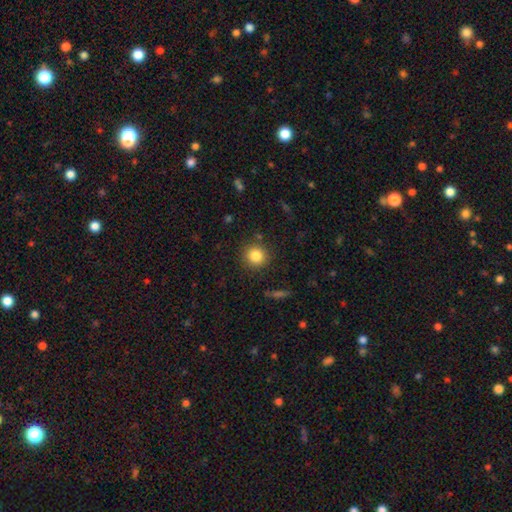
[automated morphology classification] The model was most divided on "smooth or featured": smooth: 83%, star or artifact: 11%, featured or disk: 6%. More confident: how rounded — round (92%); merging — none (88%).